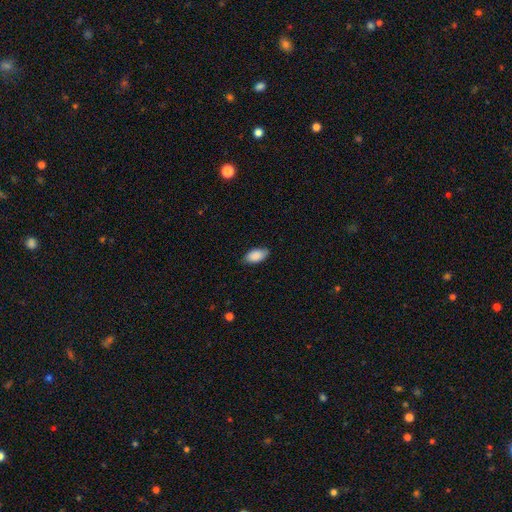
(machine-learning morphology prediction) smooth 89%, star or artifact 6%, featured or disk 5%. Down the decision tree: how rounded — in between (94%); merging — none (81%).